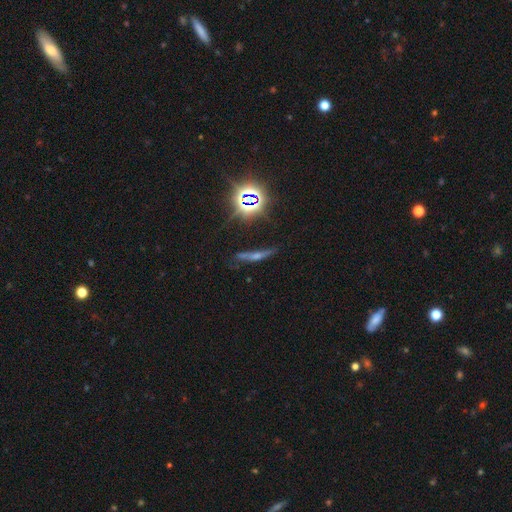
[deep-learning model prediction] Smooth or featured? Predicted: featured or disk (p=0.43). Merging? Predicted: none (p=0.65).